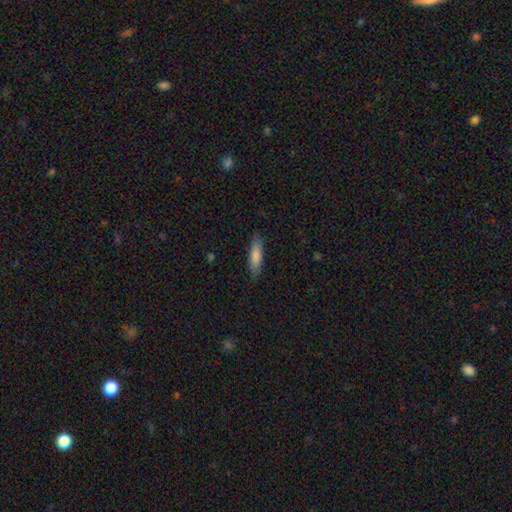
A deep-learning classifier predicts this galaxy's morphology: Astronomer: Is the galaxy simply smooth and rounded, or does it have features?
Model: smooth — 81%.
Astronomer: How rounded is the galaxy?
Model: cigar-shaped — 65%.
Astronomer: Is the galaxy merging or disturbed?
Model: none — 85%.